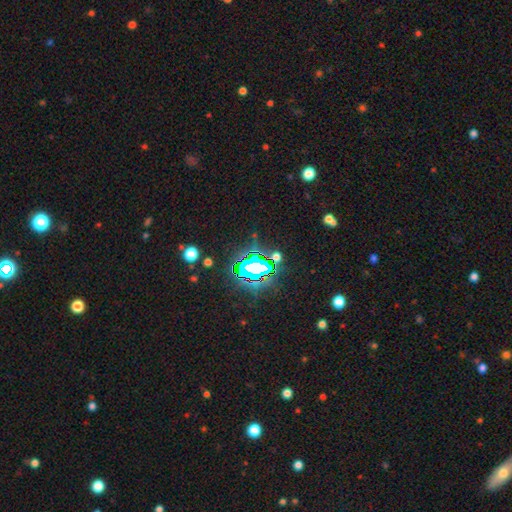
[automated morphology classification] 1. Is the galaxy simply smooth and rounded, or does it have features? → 83% star or artifact, 10% smooth, 7% featured or disk.